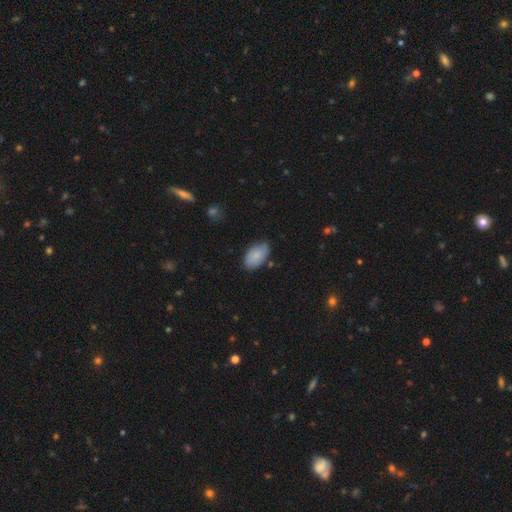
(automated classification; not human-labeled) This is clearly a smooth galaxy (81%). How rounded: clearly in between (94%). Merging: likely none (76%).